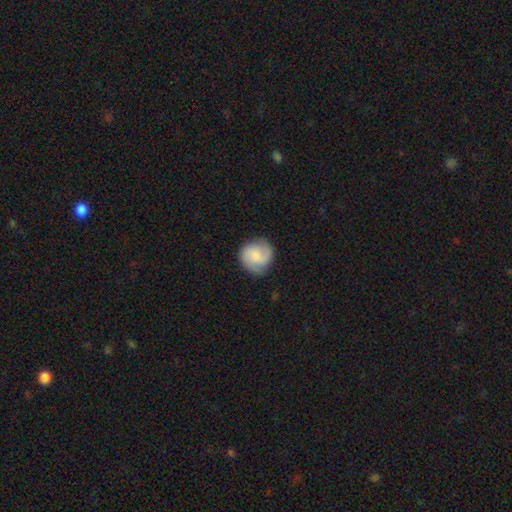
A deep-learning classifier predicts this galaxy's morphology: Smooth or featured: featured or disk — 48% (smooth — 45%)
Merging: none — 80% (minor disturbance — 14%)